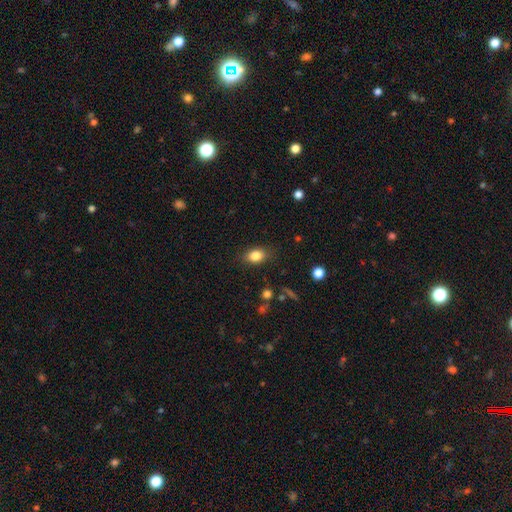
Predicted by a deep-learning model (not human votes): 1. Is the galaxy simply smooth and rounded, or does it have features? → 83% smooth, 9% star or artifact, 8% featured or disk.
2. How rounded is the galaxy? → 79% in between, 19% round, 2% cigar-shaped.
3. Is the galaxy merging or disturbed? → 82% none, 13% minor disturbance, 4% major disturbance, 1% merger.